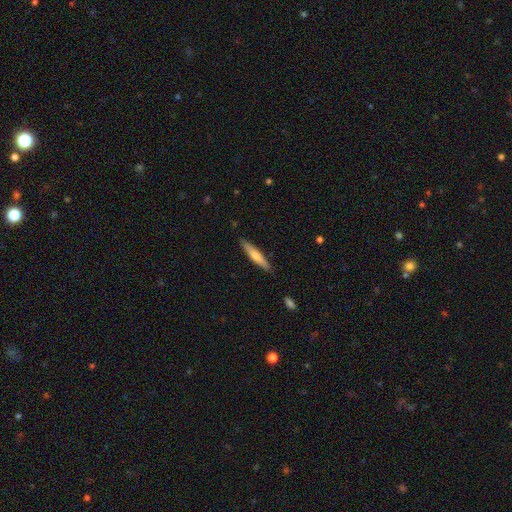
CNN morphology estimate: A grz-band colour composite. It shows a smooth galaxy with no disk features (55%) that is cigar-shaped (90%). Merging: none (89%).